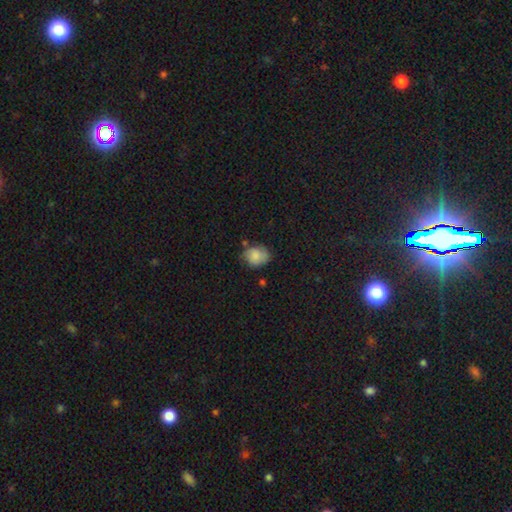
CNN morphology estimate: Smooth or featured: smooth — 74% (featured or disk — 17%)
How rounded: round — 57% (in between — 42%)
Merging: none — 57% (minor disturbance — 30%)